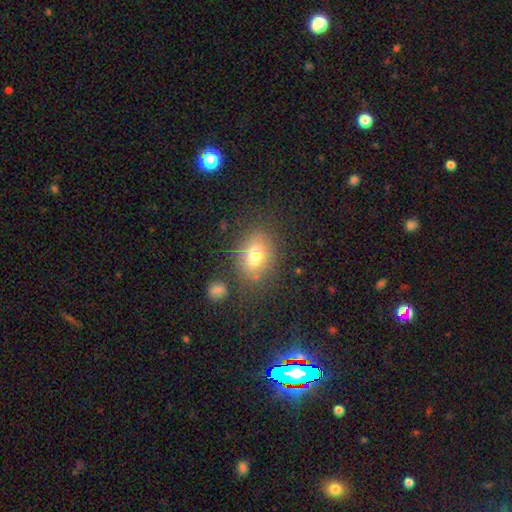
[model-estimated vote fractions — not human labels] The model was most divided on "how rounded": in between: 63%, round: 35%, cigar-shaped: 2%. More confident: merging — none (74%); smooth or featured — smooth (73%).